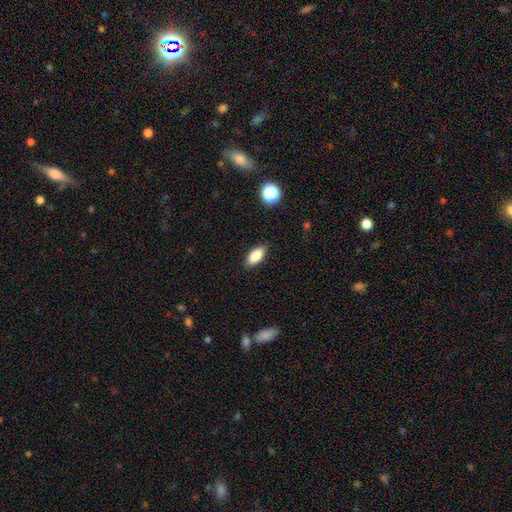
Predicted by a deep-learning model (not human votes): Smooth or featured? smooth (85%)
How rounded? in between (89%)
Merging? none (87%)